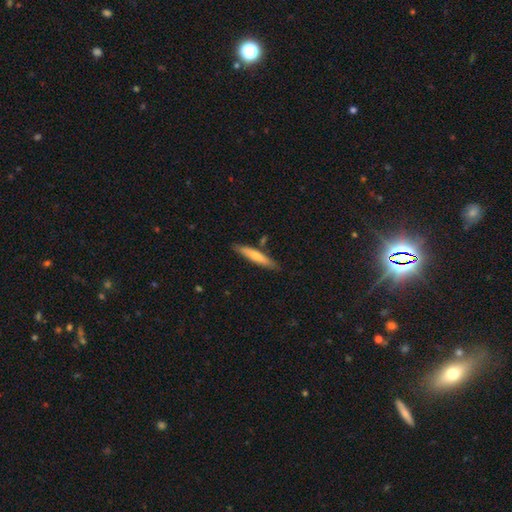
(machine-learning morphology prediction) Smooth or featured? smooth (66%)
How rounded? cigar-shaped (89%)
Merging? none (82%)